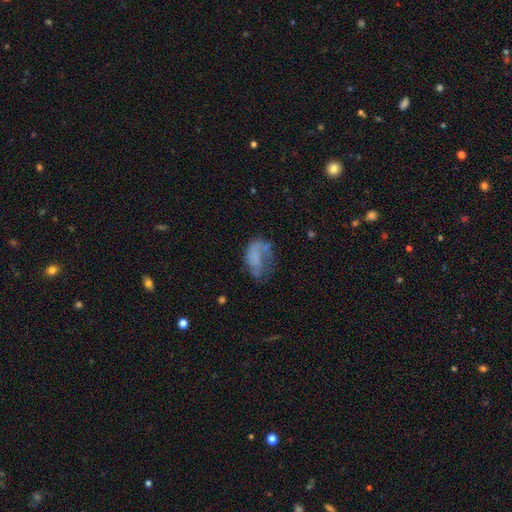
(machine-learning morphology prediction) Overall: smooth (52%; featured or disk 37%). How rounded: in between (87%). Merging: major disturbance (39%; none 30%).